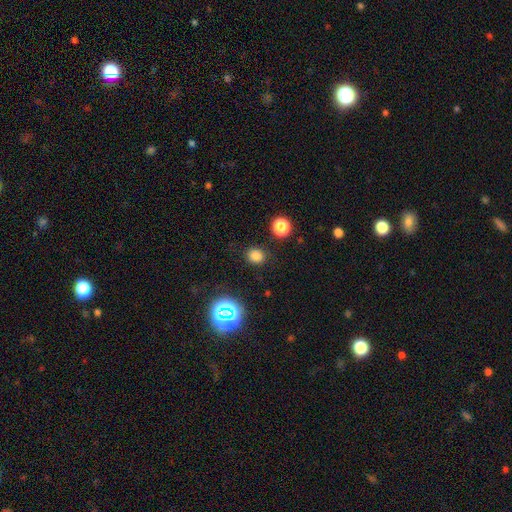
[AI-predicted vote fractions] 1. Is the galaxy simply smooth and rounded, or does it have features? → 76% smooth, 19% star or artifact, 5% featured or disk.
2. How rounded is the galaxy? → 73% round, 26% in between, 1% cigar-shaped.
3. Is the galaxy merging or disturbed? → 86% none, 9% minor disturbance, 3% major disturbance, 2% merger.